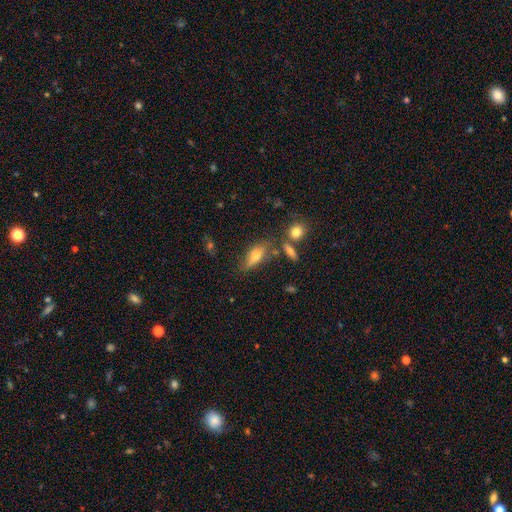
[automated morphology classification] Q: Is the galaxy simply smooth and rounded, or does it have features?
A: smooth — 61%.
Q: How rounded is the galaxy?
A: in between — 69%.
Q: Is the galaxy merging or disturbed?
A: none — 59%.